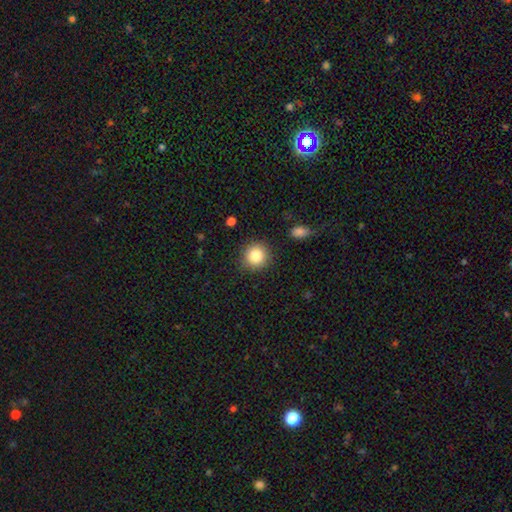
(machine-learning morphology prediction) A smooth galaxy with no disk features (84%) that is round (92%).

Vote fractions:
- Smooth or featured? smooth: 84% / star or artifact: 10% / featured or disk: 6%
- How rounded? round: 92% / in between: 7% / cigar-shaped: 1%
- Merging? none: 88% / minor disturbance: 8% / major disturbance: 3% / merger: 2%